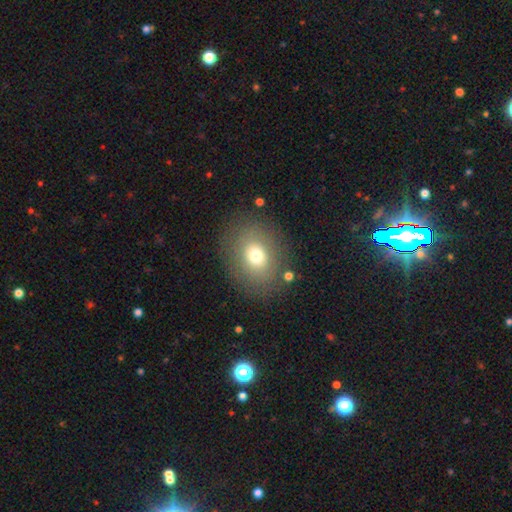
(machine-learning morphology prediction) A smooth galaxy with no disk features (69%) that is in between round and cigar-shaped (50%). Merging: none (82%).